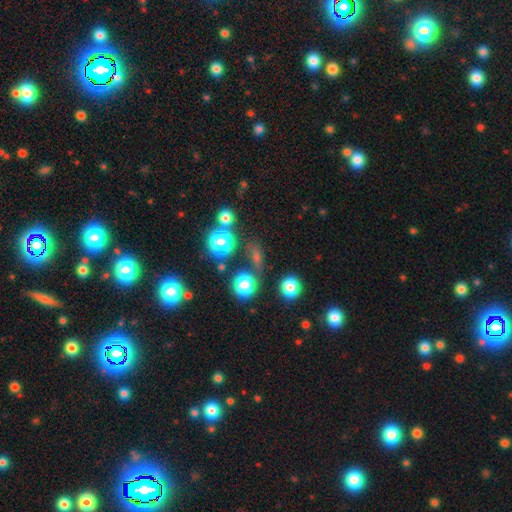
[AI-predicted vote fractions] The model was most divided on "smooth or featured": smooth: 54%, star or artifact: 33%, featured or disk: 13%. More confident: merging — none (64%); how rounded — round (61%).